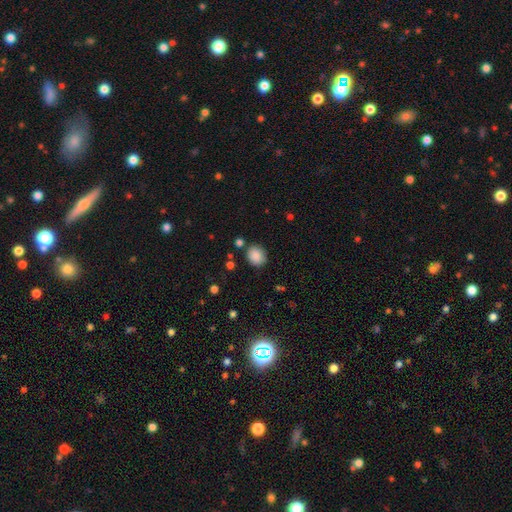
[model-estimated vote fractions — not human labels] Smooth or featured? Predicted: smooth (p=0.88). How rounded? Predicted: round (p=0.70). Merging? Predicted: none (p=0.83).